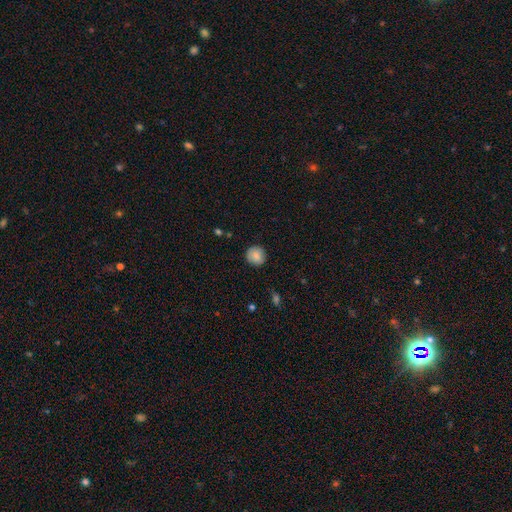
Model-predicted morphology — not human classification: Smooth or featured: smooth — 83% (featured or disk — 9%)
How rounded: round — 91% (in between — 8%)
Merging: none — 86% (minor disturbance — 11%)